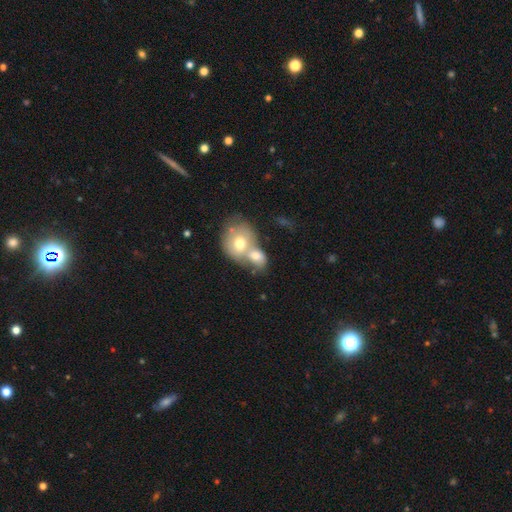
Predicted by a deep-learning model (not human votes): Morphology: type=smooth (67%); roundness=in between (51%); merging=merger (73%).